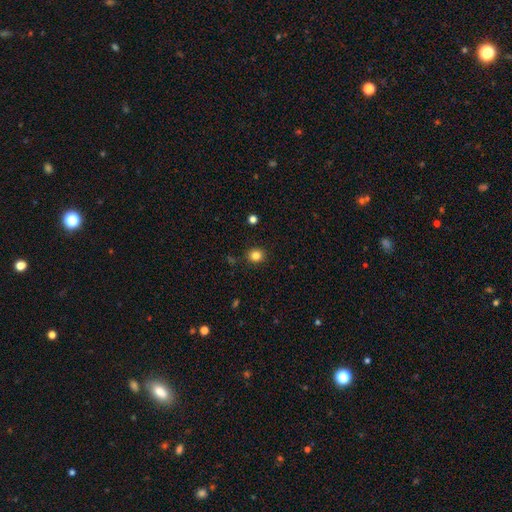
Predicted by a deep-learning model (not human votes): Smooth or featured: smooth — 82% (star or artifact — 13%)
How rounded: round — 86% (in between — 13%)
Merging: none — 90% (minor disturbance — 7%)